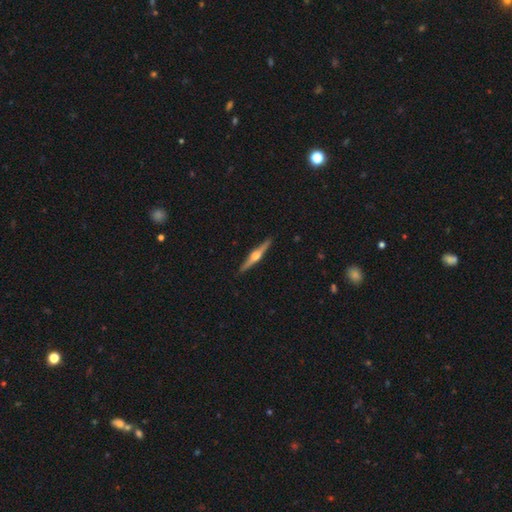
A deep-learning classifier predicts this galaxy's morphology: The model was most divided on "smooth or featured": featured or disk: 79%, smooth: 16%, star or artifact: 5%. More confident: edge-on disk — yes (98%); edge-on bulge — rounded (94%); merging — none (92%).